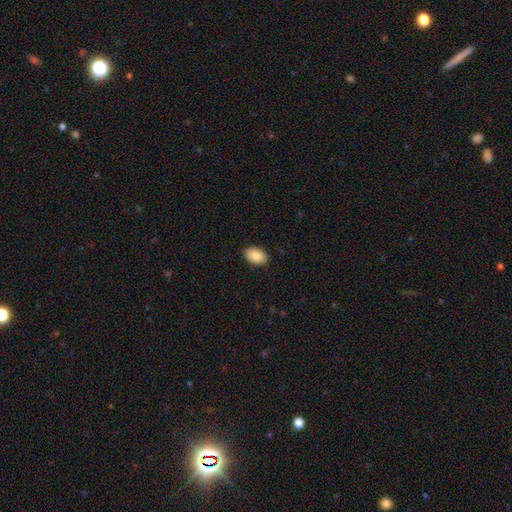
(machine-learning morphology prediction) A smooth galaxy with no disk features (87%) that is in between round and cigar-shaped (91%).

Vote fractions:
- Smooth or featured? smooth: 87% / star or artifact: 7% / featured or disk: 6%
- How rounded? in between: 91% / round: 8% / cigar-shaped: 1%
- Merging? none: 90% / minor disturbance: 8% / major disturbance: 2% / merger: 1%